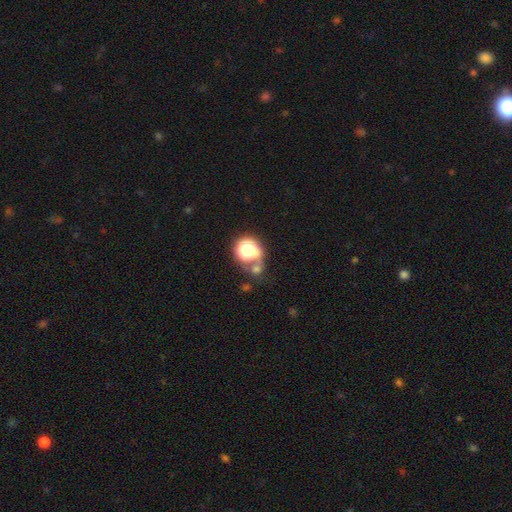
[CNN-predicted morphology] This appears to be a smooth galaxy with no disk features (51%) that is round (77%). Merging: none (52%).